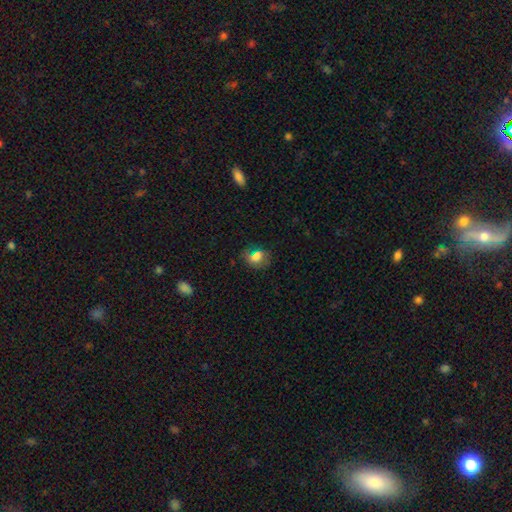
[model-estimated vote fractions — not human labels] Smooth or featured?
  - smooth: 70% *
  - featured or disk: 16%
  - star or artifact: 14%
How rounded?
  - in between: 54% *
  - round: 45%
  - cigar-shaped: 2%
Merging?
  - none: 67% *
  - minor disturbance: 21%
  - major disturbance: 8%
  - merger: 4%